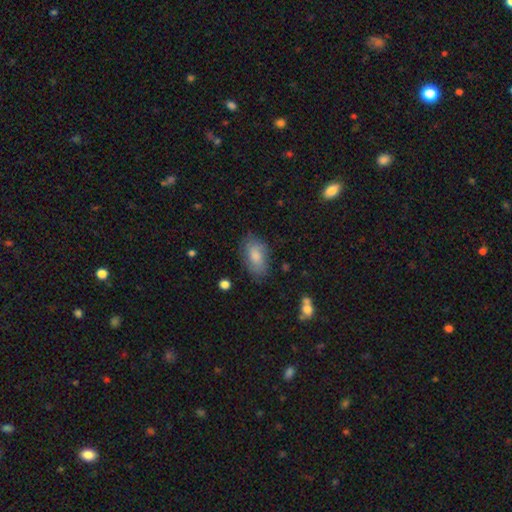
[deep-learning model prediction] Smooth or featured? Predicted: smooth (p=0.79). How rounded? Predicted: in between (p=0.92). Merging? Predicted: none (p=0.75).